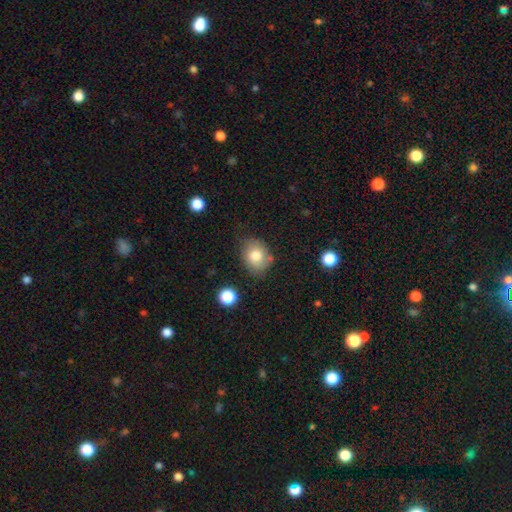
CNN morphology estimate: The model was most divided on "how rounded": round: 51%, in between: 48%, cigar-shaped: 1%. More confident: smooth or featured — smooth (78%); merging — none (67%).